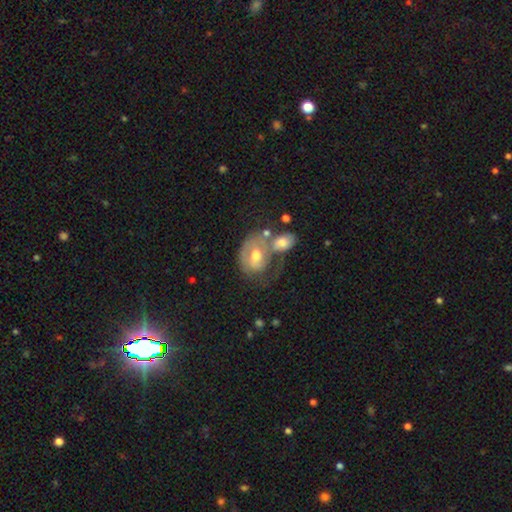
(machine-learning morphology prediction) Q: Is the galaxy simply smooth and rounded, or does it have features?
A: featured or disk — 40%.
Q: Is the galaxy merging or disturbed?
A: merger — 40%.